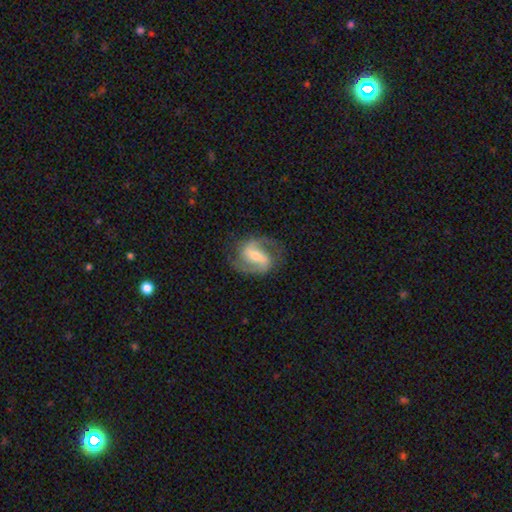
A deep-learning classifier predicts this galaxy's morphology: This is clearly a featured or disk galaxy (86%). It is clearly not viewed edge-on (97%). Bar: possibly strong (47%). Spiral arm pattern: clearly yes (95%). Spiral arm count: clearly 2 (91%). Spiral winding: possibly medium (54%). Central bulge: possibly moderate (50%). Merging: likely none (76%).